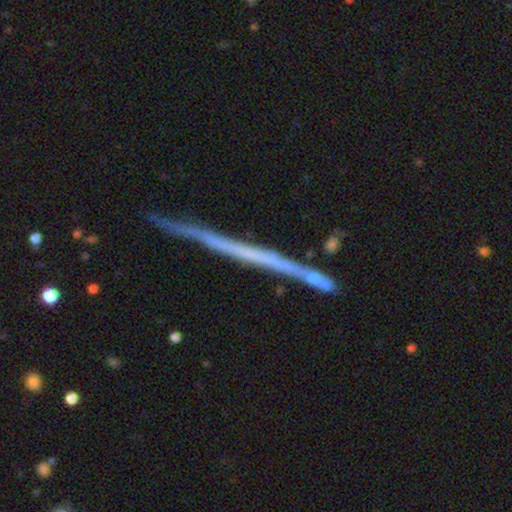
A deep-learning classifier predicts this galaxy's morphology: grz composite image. It shows a featured or disk galaxy (66%) viewed edge-on (97%) with no central bulge (90%). Merging: none (86%).